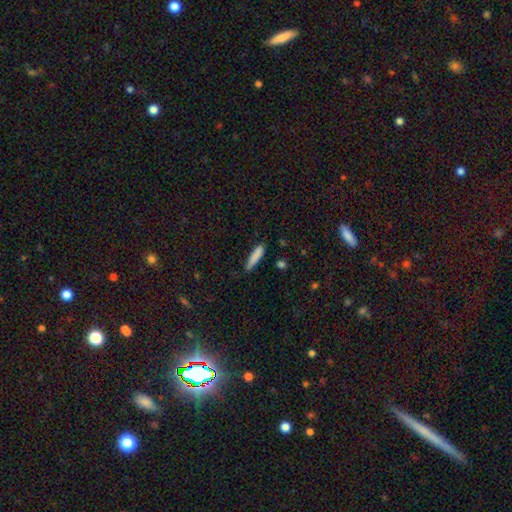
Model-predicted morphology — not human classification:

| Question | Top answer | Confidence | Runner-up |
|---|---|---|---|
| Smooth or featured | smooth | 84% | featured or disk (10%) |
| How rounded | cigar-shaped | 85% | in between (14%) |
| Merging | none | 72% | minor disturbance (23%) |